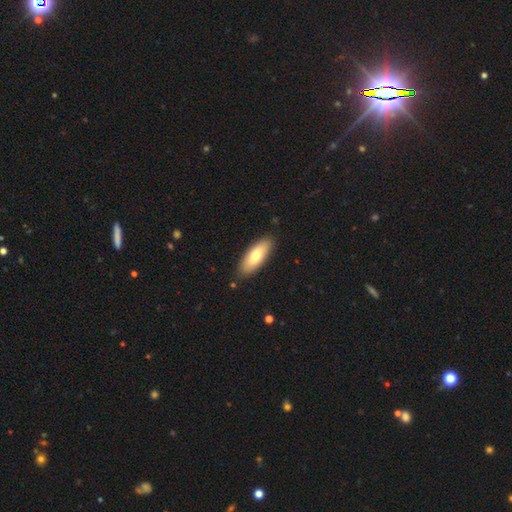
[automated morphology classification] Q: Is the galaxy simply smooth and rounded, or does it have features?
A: smooth — 74%.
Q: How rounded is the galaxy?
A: in between — 74%.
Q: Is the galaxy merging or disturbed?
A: none — 87%.